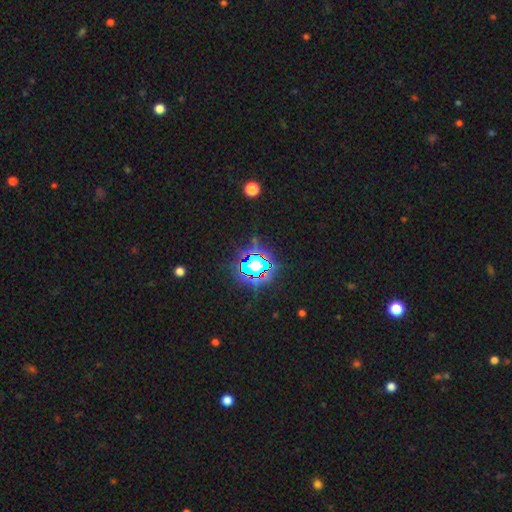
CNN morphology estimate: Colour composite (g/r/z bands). It shows a star or artifact, not a galaxy (82%).